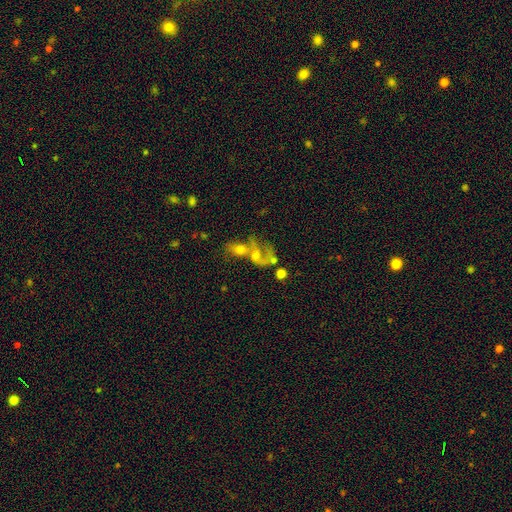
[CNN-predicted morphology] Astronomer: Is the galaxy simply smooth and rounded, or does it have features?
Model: featured or disk — 49% (runner-up: smooth, 39%).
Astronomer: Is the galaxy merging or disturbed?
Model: merger — 71%.